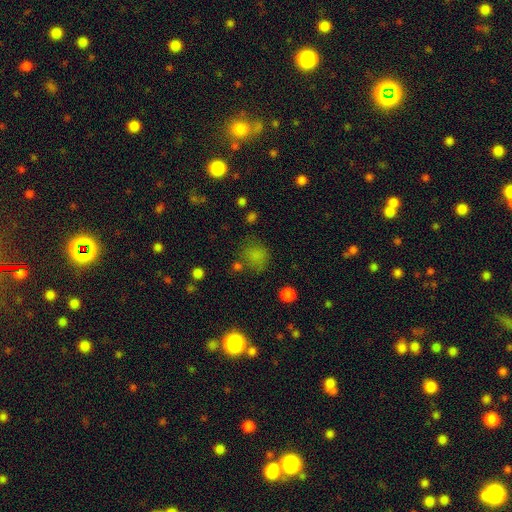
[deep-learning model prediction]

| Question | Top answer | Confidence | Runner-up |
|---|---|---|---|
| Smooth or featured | smooth | 74% | star or artifact (18%) |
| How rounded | round | 76% | in between (23%) |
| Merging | none | 63% | minor disturbance (19%) |